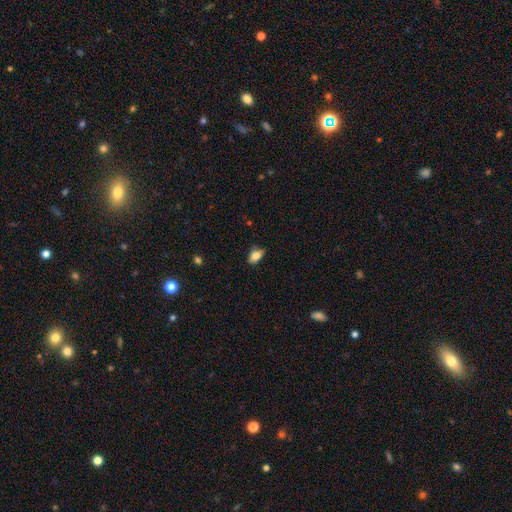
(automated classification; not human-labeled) Smooth or featured?
  - smooth: 82% *
  - featured or disk: 9%
  - star or artifact: 9%
How rounded?
  - in between: 86% *
  - round: 11%
  - cigar-shaped: 3%
Merging?
  - none: 65% *
  - minor disturbance: 28%
  - major disturbance: 5%
  - merger: 2%